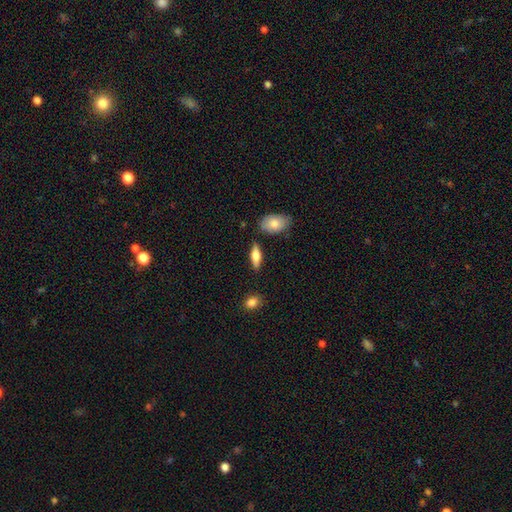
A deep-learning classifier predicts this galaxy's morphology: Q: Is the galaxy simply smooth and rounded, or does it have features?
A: smooth — 57%.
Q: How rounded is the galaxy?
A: in between — 58%.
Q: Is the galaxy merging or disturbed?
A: none — 82%.